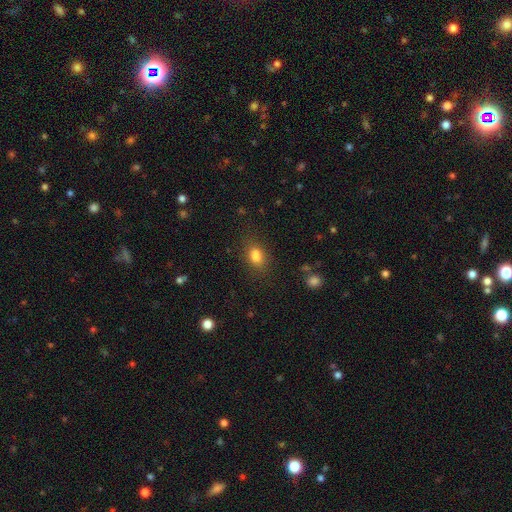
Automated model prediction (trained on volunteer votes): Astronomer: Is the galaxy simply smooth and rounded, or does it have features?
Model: smooth — 82%.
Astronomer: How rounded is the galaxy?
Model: in between — 77%.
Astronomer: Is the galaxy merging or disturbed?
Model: none — 72%.